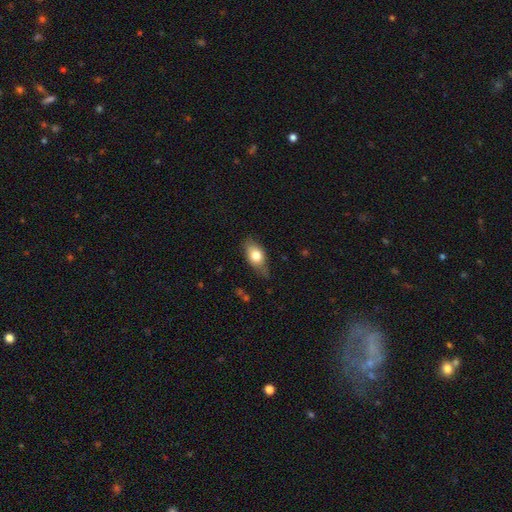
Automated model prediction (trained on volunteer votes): Overall: smooth (71%). How rounded: in between (84%). Merging: none (68%).